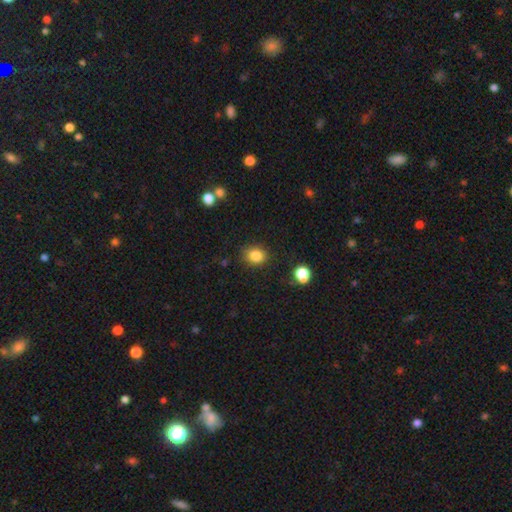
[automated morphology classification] Q: Smooth or featured?
A: smooth (84%); runner-up: star or artifact (11%)
Q: How rounded?
A: round (63%); runner-up: in between (36%)
Q: Merging?
A: none (84%); runner-up: minor disturbance (11%)